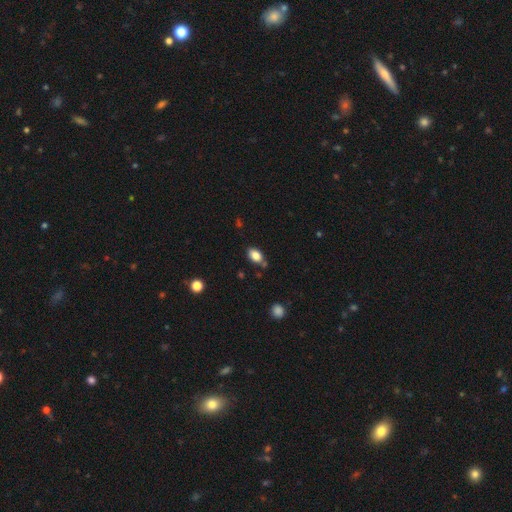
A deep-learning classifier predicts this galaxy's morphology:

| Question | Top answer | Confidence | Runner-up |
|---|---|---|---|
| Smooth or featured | smooth | 84% | star or artifact (9%) |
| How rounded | in between | 86% | round (12%) |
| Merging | none | 75% | minor disturbance (15%) |